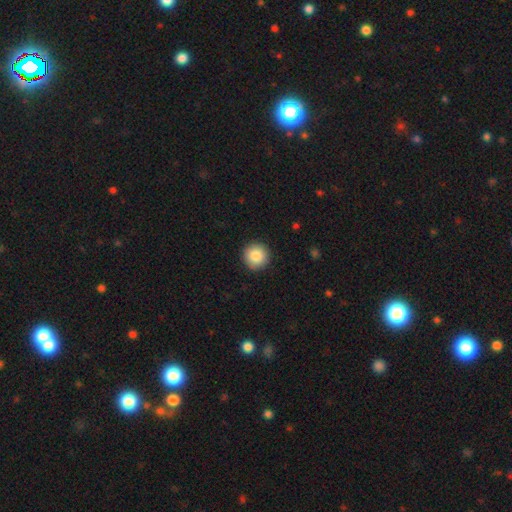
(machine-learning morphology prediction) smooth-or-featured: smooth: 87% | star or artifact: 8% | featured or disk: 5%
  how-rounded: round: 96% | in between: 3% | cigar-shaped: 1%
  merging: none: 92% | minor disturbance: 5% | major disturbance: 1% | merger: 1%